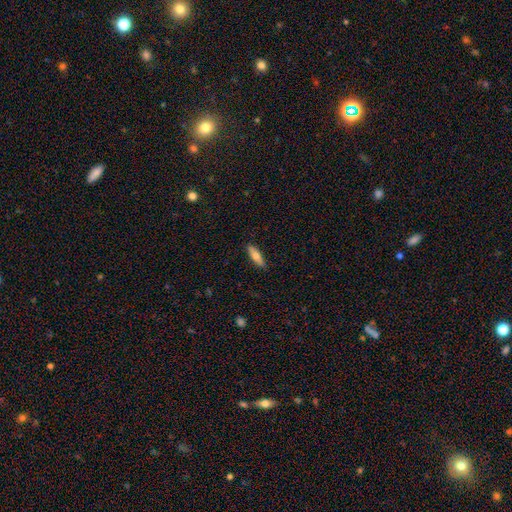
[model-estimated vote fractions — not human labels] smooth_or_featured: smooth (p=0.68) [alt: featured or disk p=0.26]
how_rounded: cigar-shaped (p=0.57) [alt: in between p=0.41]
merging: none (p=0.88) [alt: minor disturbance p=0.09]